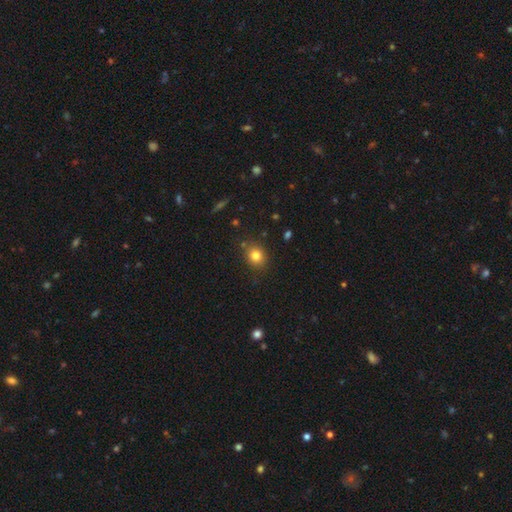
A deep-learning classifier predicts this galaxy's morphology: smooth 80%, star or artifact 12%, featured or disk 8%. Down the decision tree: how rounded — round (69%); merging — none (81%).